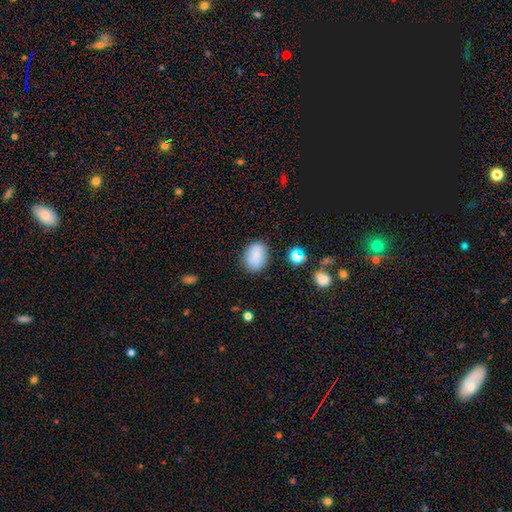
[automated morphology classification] The model was most divided on "how rounded": in between: 71%, round: 28%, cigar-shaped: 1%. More confident: smooth or featured — smooth (85%); merging — none (80%).